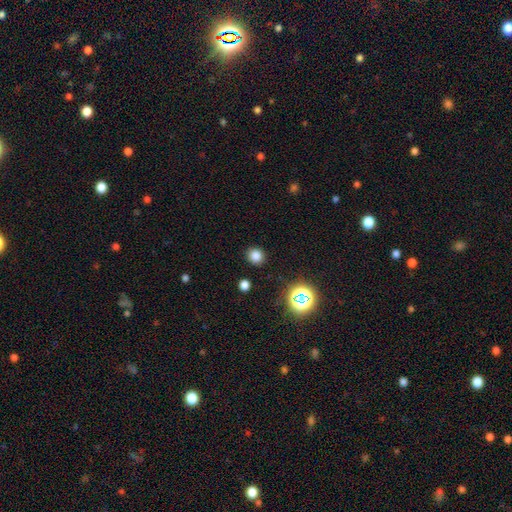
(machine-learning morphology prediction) smooth-or-featured: smooth: 78% | star or artifact: 17% | featured or disk: 5%
  how-rounded: round: 84% | in between: 15% | cigar-shaped: 1%
  merging: none: 89% | minor disturbance: 7% | major disturbance: 3% | merger: 2%